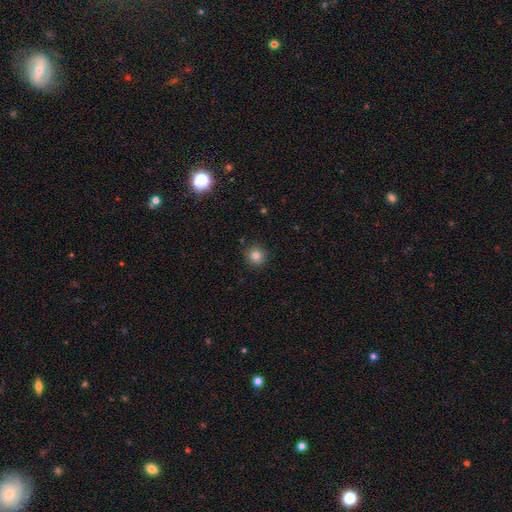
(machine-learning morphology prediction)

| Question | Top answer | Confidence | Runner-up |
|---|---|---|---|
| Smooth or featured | smooth | 81% | star or artifact (12%) |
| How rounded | round | 93% | in between (6%) |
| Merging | none | 90% | minor disturbance (7%) |